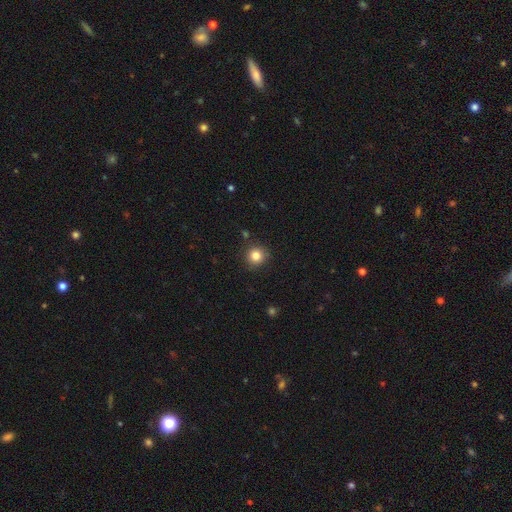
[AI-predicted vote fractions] Overall: smooth (83%). How rounded: round (93%). Merging: none (88%).